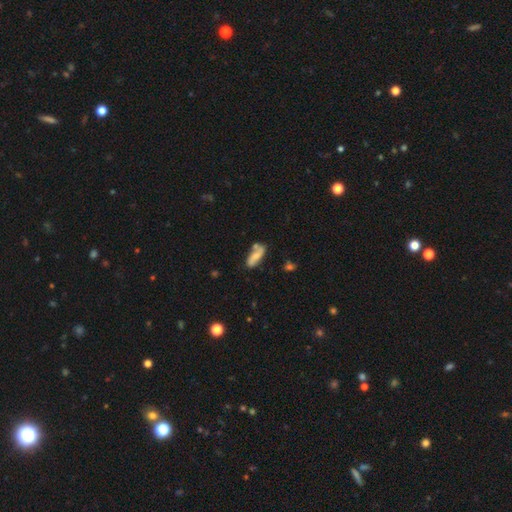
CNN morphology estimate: A smooth galaxy with no disk features (55%) that is in between round and cigar-shaped (66%). Merging: none (56%).